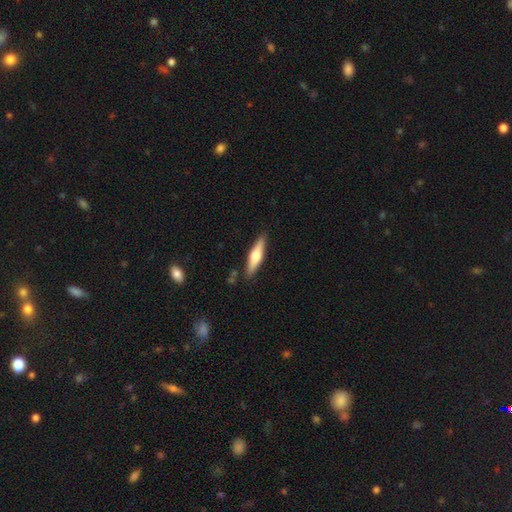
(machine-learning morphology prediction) smooth-or-featured: featured or disk: 50% | smooth: 45% | star or artifact: 5%
  merging: none: 87% | minor disturbance: 9% | merger: 2% | major disturbance: 2%